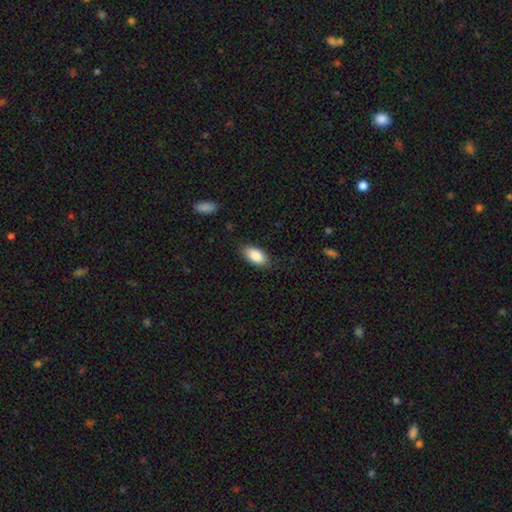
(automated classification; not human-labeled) Morphology: type=smooth (88%); roundness=in between (92%); merging=none (82%).